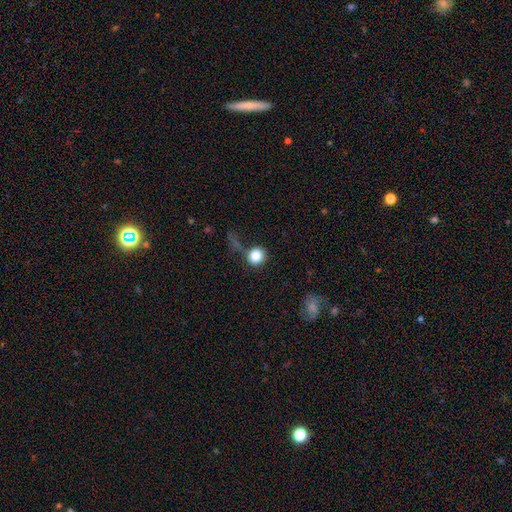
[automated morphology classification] The model was most divided on "merging": none: 51%, major disturbance: 20%, minor disturbance: 18%, merger: 11%. More confident: how rounded — round (90%); smooth or featured — smooth (83%).